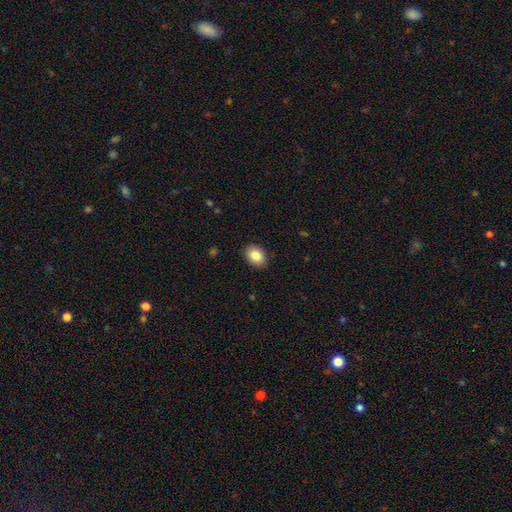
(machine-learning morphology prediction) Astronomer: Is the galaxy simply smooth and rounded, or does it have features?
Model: smooth — 85%.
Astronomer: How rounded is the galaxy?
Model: in between — 70%.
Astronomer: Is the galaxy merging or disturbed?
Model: none — 89%.